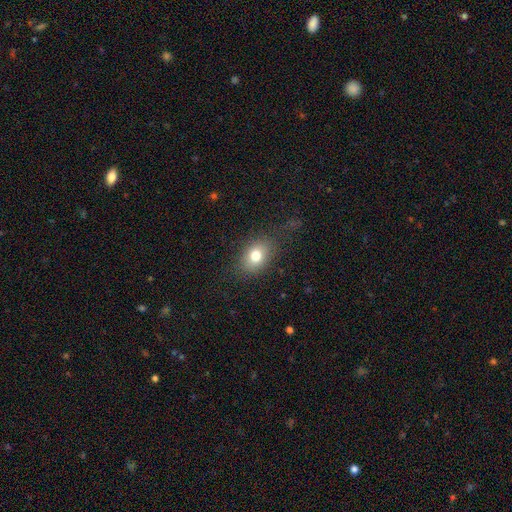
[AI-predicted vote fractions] The model was most divided on "how rounded": in between: 68%, round: 30%, cigar-shaped: 1%. More confident: merging — none (78%); smooth or featured — smooth (77%).